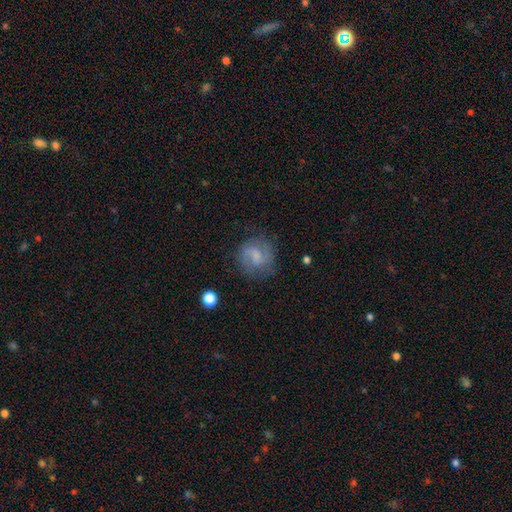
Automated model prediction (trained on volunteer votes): featured or disk 59%, smooth 32%, star or artifact 9%. Down the decision tree: edge-on disk — no (98%); bar — weak (55%); spiral arms — yes (88%); spiral arm count — 2 (78%); spiral winding — medium (48%); bulge size — none (37%); merging — none (73%).